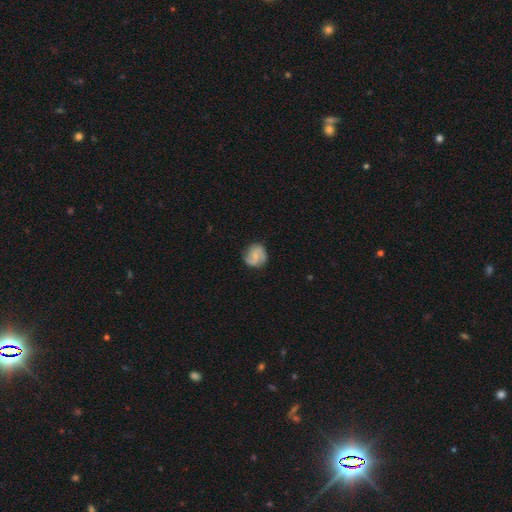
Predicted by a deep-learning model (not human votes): Smooth or featured?
  - featured or disk: 58% *
  - smooth: 35%
  - star or artifact: 7%
Edge-on disk?
  - no: 98% *
  - yes: 2%
Bar?
  - weak: 45% *
  - no: 42%
  - strong: 13%
Spiral arms?
  - yes: 92% *
  - no: 8%
Spiral winding?
  - medium: 45% *
  - loose: 31%
  - tight: 24%
Spiral arm count?
  - 2: 81% *
  - can't tell: 8%
  - 3: 4%
  - 1: 3%
  - 4: 1%
  - more than 4: 1%
Bulge size?
  - small: 46% *
  - none: 35%
  - moderate: 17%
  - large: 2%
  - dominant: 1%
Merging?
  - none: 79% *
  - minor disturbance: 15%
  - major disturbance: 5%
  - merger: 1%